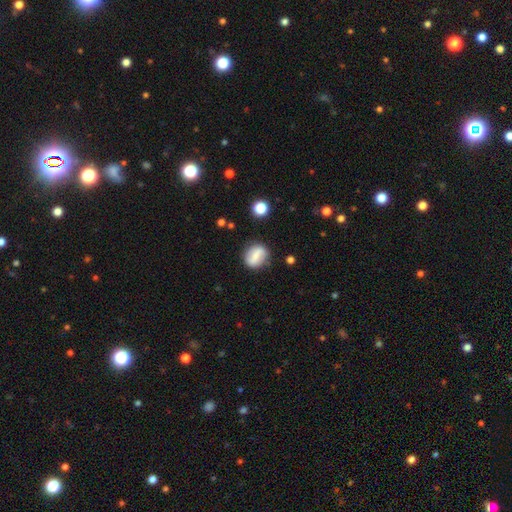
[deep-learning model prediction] Smooth or featured: smooth — 56% (featured or disk — 36%)
How rounded: round — 59% (in between — 39%)
Merging: none — 76% (minor disturbance — 16%)